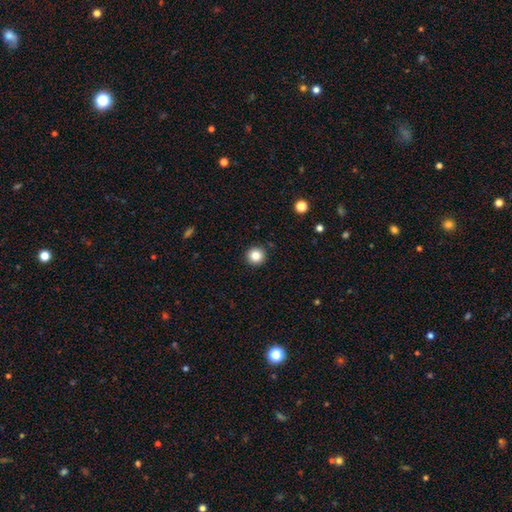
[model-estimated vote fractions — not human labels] smooth_or_featured: smooth (p=0.84) [alt: star or artifact p=0.11]
how_rounded: round (p=0.96) [alt: in between p=0.04]
merging: none (p=0.92) [alt: minor disturbance p=0.05]